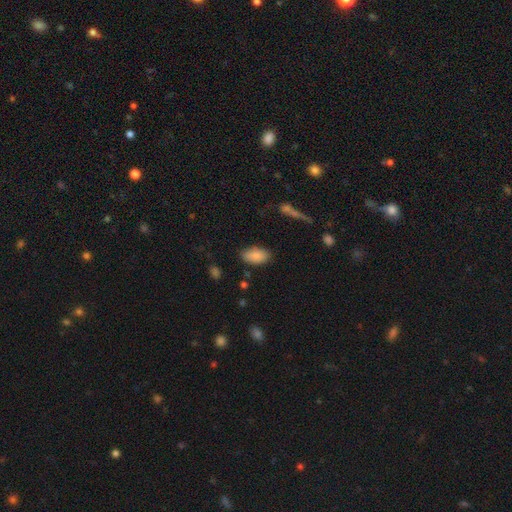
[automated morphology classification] smooth_or_featured: smooth (p=0.84) [alt: featured or disk p=0.08]
how_rounded: in between (p=0.93) [alt: round p=0.04]
merging: none (p=0.80) [alt: minor disturbance p=0.14]